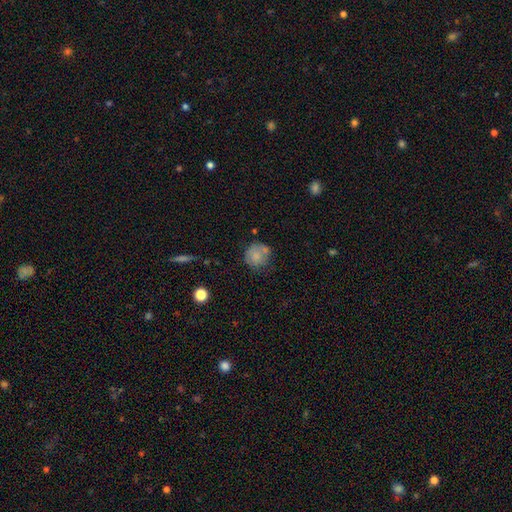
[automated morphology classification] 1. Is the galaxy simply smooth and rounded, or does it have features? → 74% smooth, 17% featured or disk, 9% star or artifact.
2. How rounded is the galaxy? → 86% round, 13% in between, 1% cigar-shaped.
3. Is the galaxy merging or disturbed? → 57% none, 21% minor disturbance, 14% merger, 8% major disturbance.